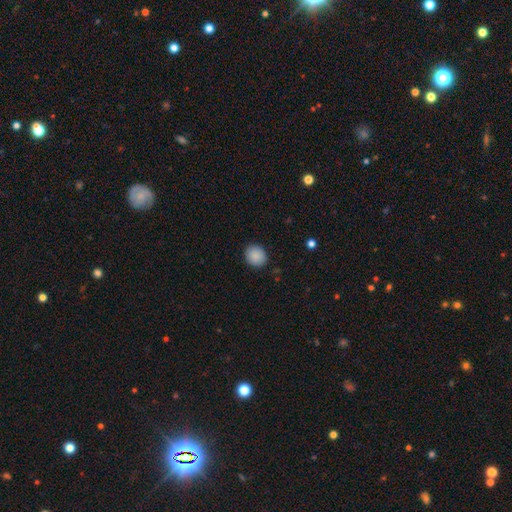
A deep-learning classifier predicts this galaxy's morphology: This is clearly a smooth galaxy (89%). How rounded: likely round (73%). Merging: clearly none (88%).